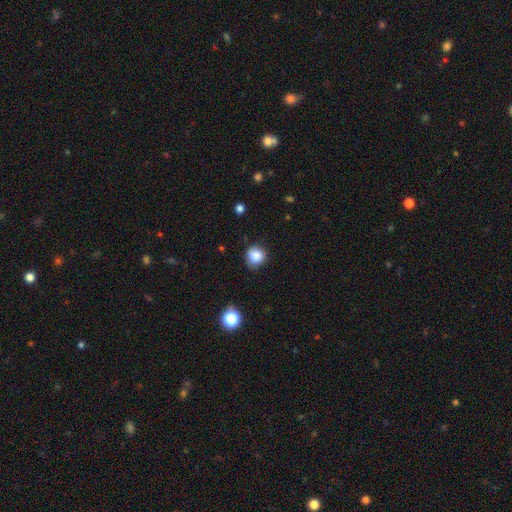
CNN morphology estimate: type=smooth (85%); roundness=round (84%); merging=none (76%).